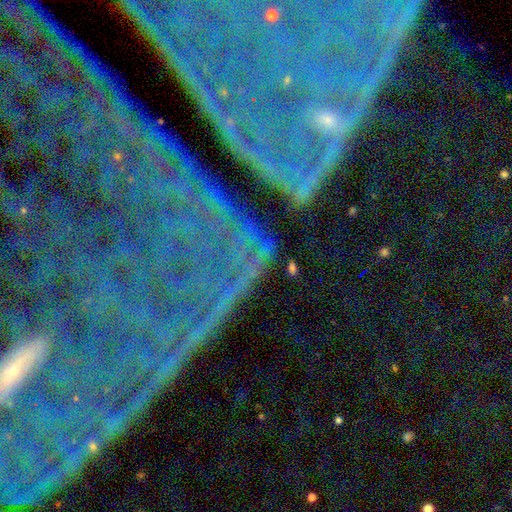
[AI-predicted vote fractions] Smooth or featured? Predicted: star or artifact (p=0.72).